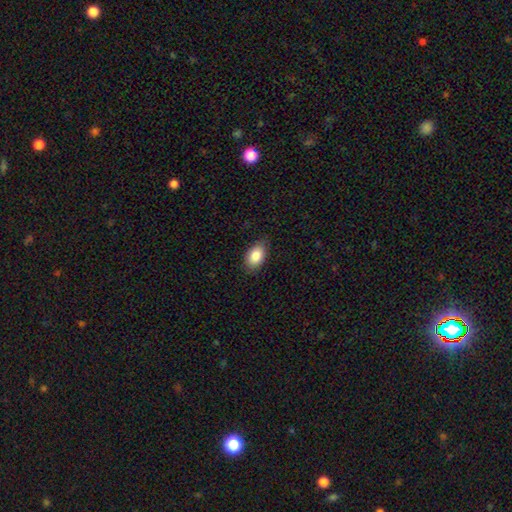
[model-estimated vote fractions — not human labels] This is clearly a smooth galaxy (86%). How rounded: clearly in between (91%). Merging: clearly none (83%).